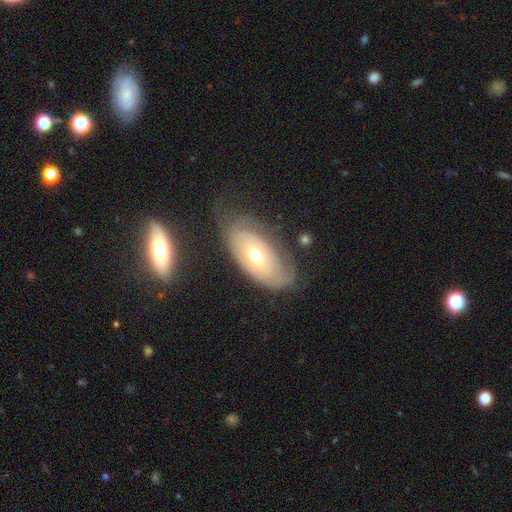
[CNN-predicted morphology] Smooth or featured: featured or disk — 59% (smooth — 34%)
Edge-on disk: no — 89% (yes — 11%)
Bar: no — 82% (weak — 14%)
Spiral arms: yes — 65% (no — 35%)
Bulge size: moderate — 64% (small — 28%)
Merging: none — 53% (minor disturbance — 27%)